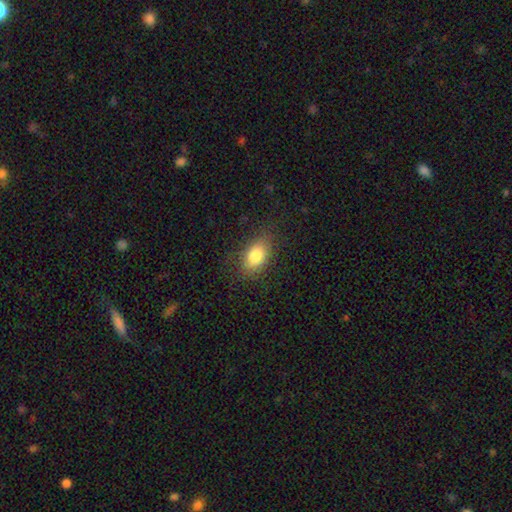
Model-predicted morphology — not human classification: smooth-or-featured: smooth: 81% | featured or disk: 10% | star or artifact: 9%
  how-rounded: in between: 87% | round: 11% | cigar-shaped: 2%
  merging: none: 80% | minor disturbance: 13% | major disturbance: 5% | merger: 1%